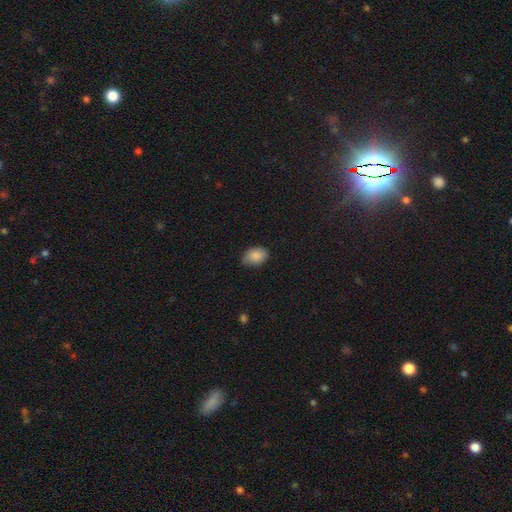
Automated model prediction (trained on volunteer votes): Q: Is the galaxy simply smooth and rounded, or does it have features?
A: smooth — 87%.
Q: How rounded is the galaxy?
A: in between — 83%.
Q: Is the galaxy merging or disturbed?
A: none — 73%.